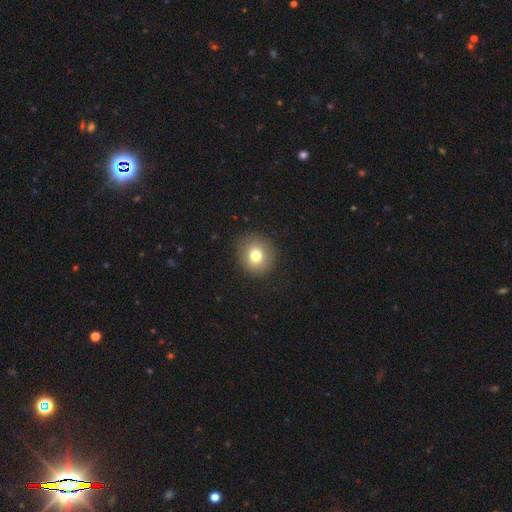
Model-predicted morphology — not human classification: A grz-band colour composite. It shows a smooth galaxy with no disk features (78%) that is round (85%). Merging: none (90%).